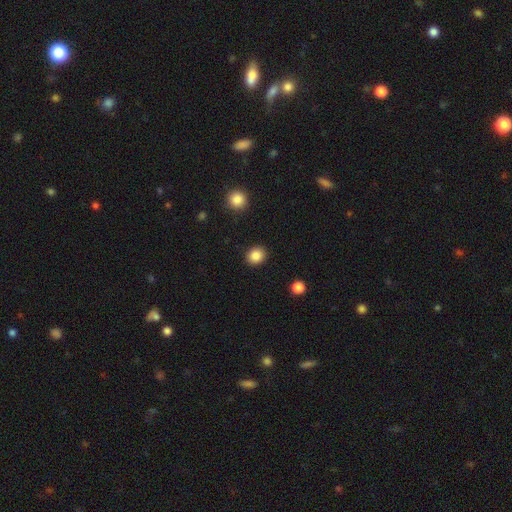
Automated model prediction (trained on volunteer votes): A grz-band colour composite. It shows a smooth galaxy with no disk features (87%) that is round (78%). Merging: none (91%).